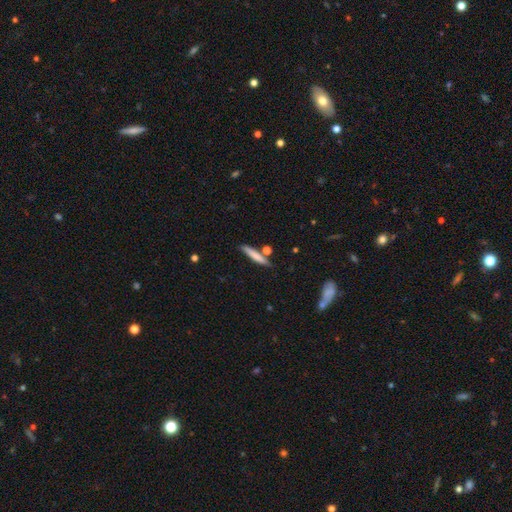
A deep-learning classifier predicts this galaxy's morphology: The model was most divided on "smooth or featured": smooth: 73%, featured or disk: 21%, star or artifact: 6%. More confident: how rounded — cigar-shaped (92%); merging — none (78%).